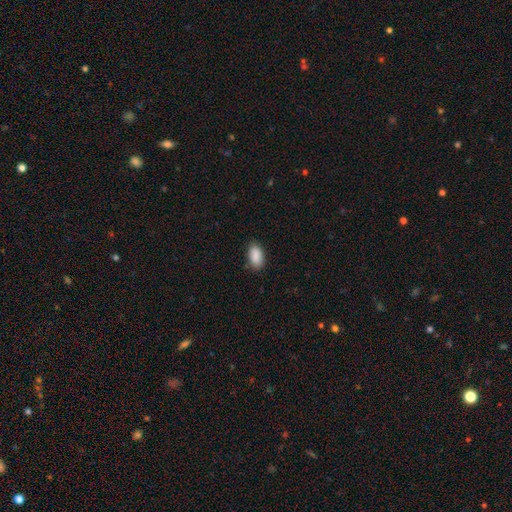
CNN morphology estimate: Q: Smooth or featured?
A: smooth (89%); runner-up: star or artifact (7%)
Q: How rounded?
A: in between (94%); runner-up: round (4%)
Q: Merging?
A: none (84%); runner-up: minor disturbance (13%)